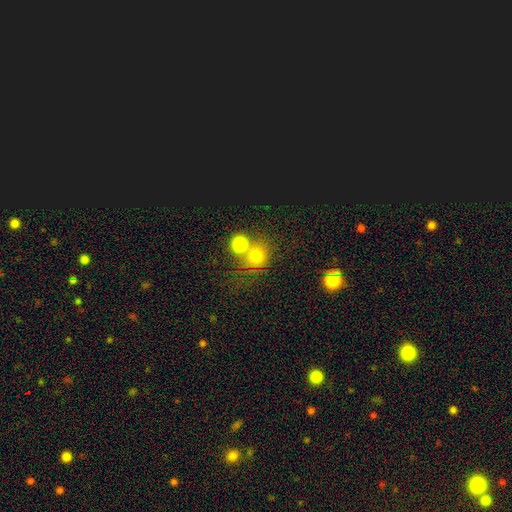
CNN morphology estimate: type=smooth (73%); roundness=round (83%); merging=none (50%).